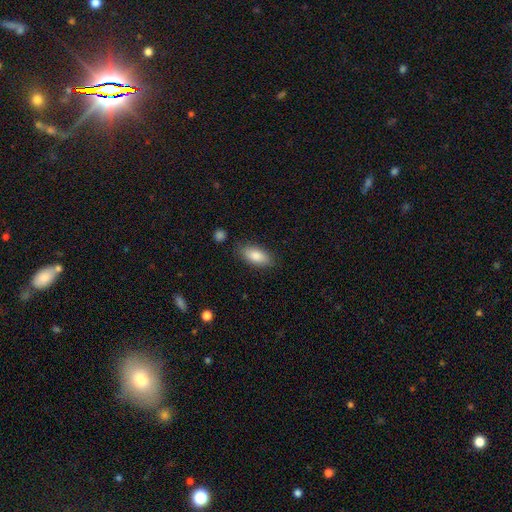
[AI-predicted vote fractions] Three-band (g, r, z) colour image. It shows a smooth galaxy with no disk features (84%) that is in between round and cigar-shaped (87%). Merging: none (82%).